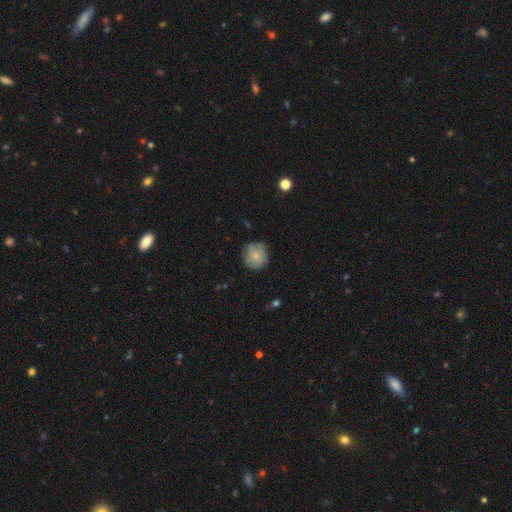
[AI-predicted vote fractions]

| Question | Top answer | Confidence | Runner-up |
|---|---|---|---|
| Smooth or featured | smooth | 73% | featured or disk (19%) |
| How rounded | round | 91% | in between (8%) |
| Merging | none | 78% | minor disturbance (17%) |